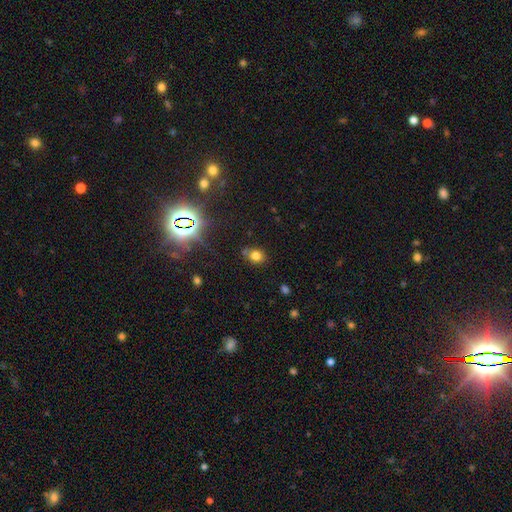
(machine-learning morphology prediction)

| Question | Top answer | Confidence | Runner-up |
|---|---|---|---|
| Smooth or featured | smooth | 73% | star or artifact (19%) |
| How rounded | round | 59% | in between (40%) |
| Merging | none | 66% | minor disturbance (19%) |